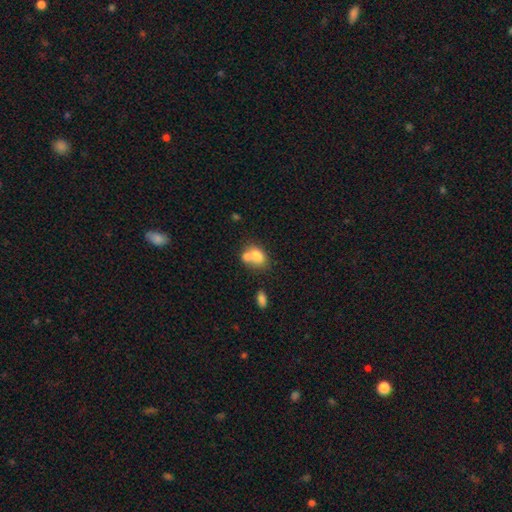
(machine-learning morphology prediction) This is likely a smooth galaxy (76%). How rounded: likely in between (66%). Merging: possibly merger (52%).